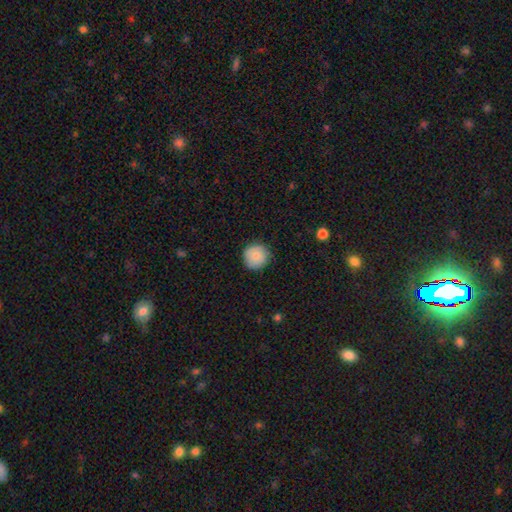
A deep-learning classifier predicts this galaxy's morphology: Overall: smooth (84%). How rounded: round (95%). Merging: none (87%).